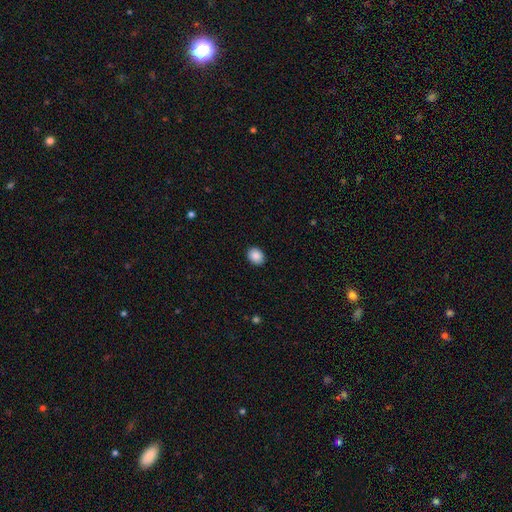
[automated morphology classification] smooth-or-featured: smooth: 88% | star or artifact: 8% | featured or disk: 4%
  how-rounded: in between: 58% | round: 41% | cigar-shaped: 1%
  merging: none: 90% | minor disturbance: 7% | major disturbance: 2% | merger: 1%